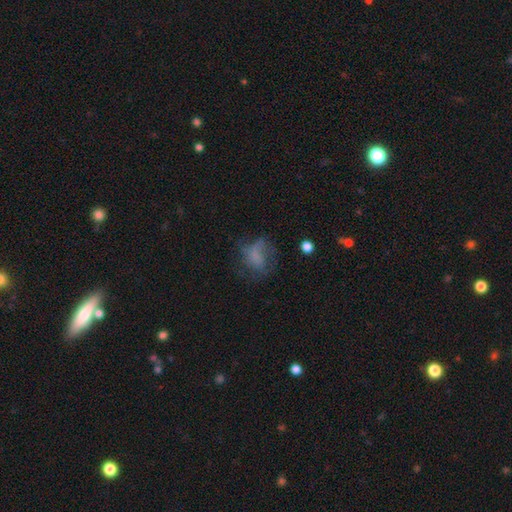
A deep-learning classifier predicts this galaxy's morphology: The model was most divided on "merging": none: 40%, major disturbance: 33%, minor disturbance: 24%, merger: 3%. More confident: how rounded — in between (58%); smooth or featured — smooth (56%).